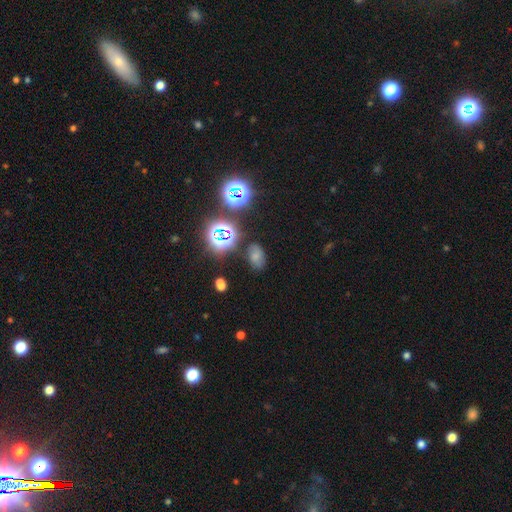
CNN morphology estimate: The model was most divided on "smooth or featured": smooth: 56%, star or artifact: 31%, featured or disk: 13%. More confident: how rounded — in between (84%); merging — none (72%).